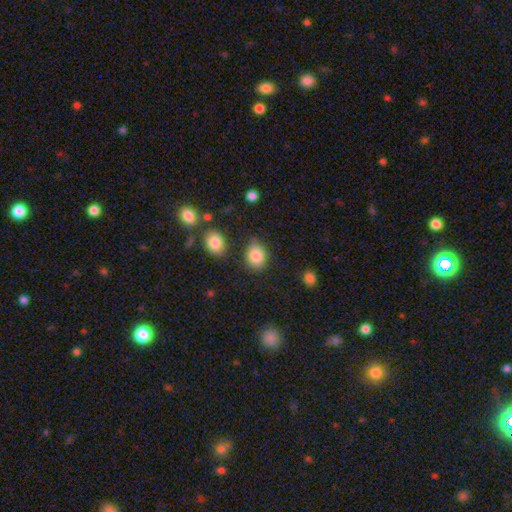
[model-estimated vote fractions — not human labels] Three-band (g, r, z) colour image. It shows a smooth galaxy with no disk features (85%) that is in between round and cigar-shaped (53%). Merging: none (73%).